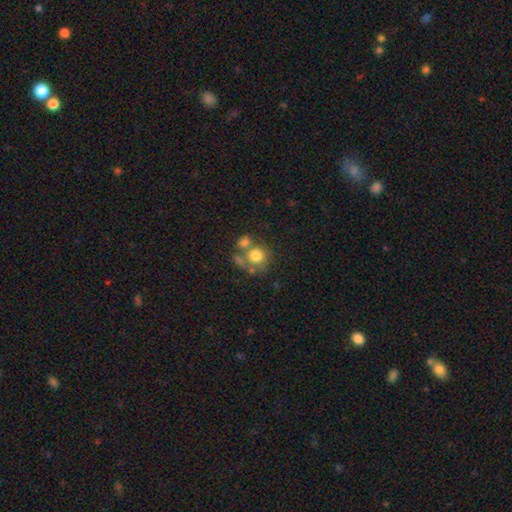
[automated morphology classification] smooth-or-featured: smooth: 73% | featured or disk: 16% | star or artifact: 11%
  how-rounded: round: 82% | in between: 17% | cigar-shaped: 1%
  merging: none: 43% | merger: 38% | minor disturbance: 11% | major disturbance: 8%